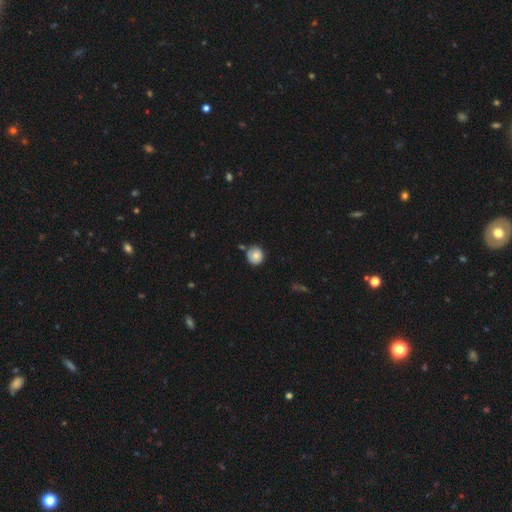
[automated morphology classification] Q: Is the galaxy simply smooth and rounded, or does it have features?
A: smooth — 79%.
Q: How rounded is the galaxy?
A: round — 88%.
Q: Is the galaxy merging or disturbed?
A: none — 71%.